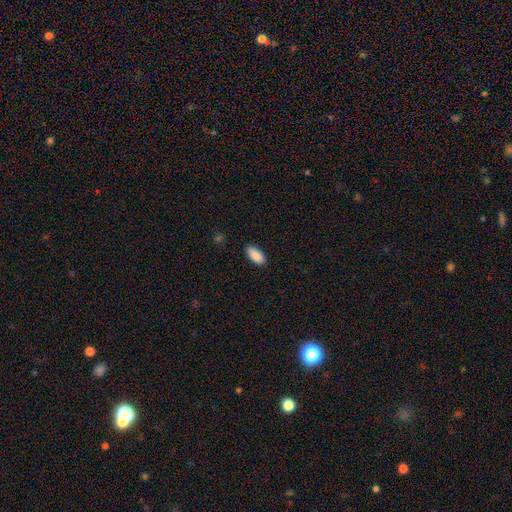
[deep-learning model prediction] smooth_or_featured: smooth (p=0.90) [alt: star or artifact p=0.06]
how_rounded: in between (p=0.91) [alt: cigar-shaped p=0.07]
merging: none (p=0.87) [alt: minor disturbance p=0.10]